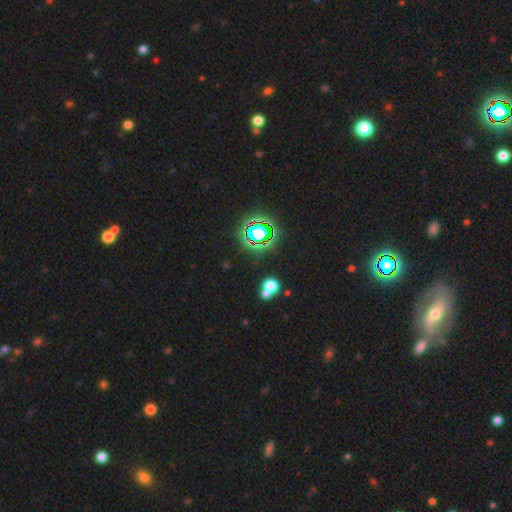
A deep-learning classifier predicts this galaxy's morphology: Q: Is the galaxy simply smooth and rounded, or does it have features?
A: star or artifact — 77%.